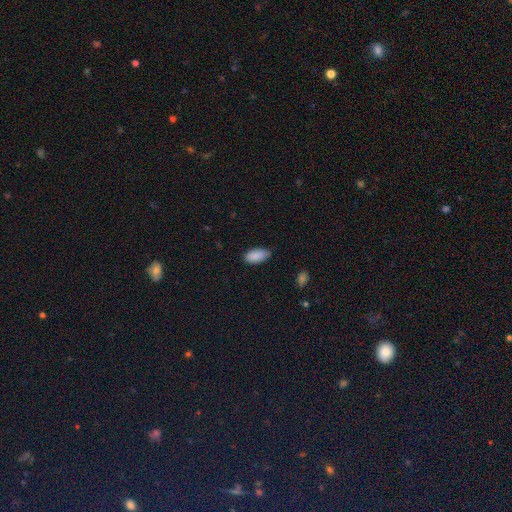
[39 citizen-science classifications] Smooth or featured? 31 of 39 (79%) said smooth. How rounded? 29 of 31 (94%) said in between. Merging? 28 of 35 (80%) said none.